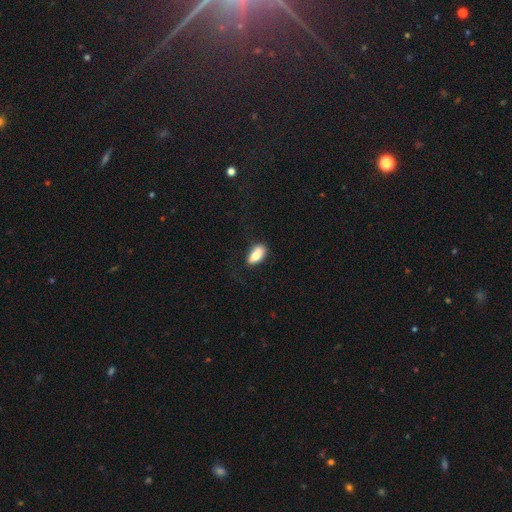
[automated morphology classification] smooth 75%, featured or disk 18%, star or artifact 7%. Down the decision tree: how rounded — in between (87%); merging — none (67%).